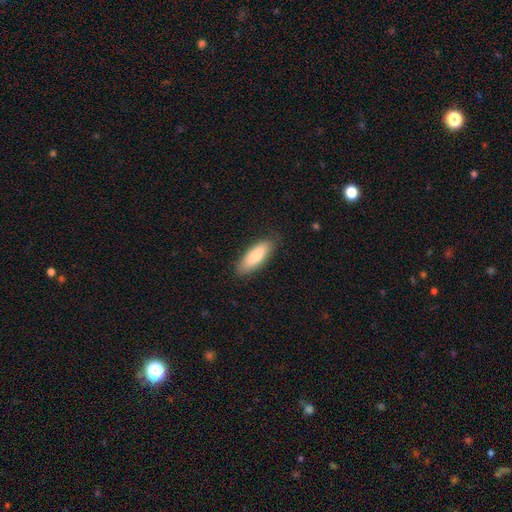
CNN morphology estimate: A smooth galaxy with no disk features (81%) that is in between round and cigar-shaped (63%).

Vote fractions:
- Smooth or featured? smooth: 81% / featured or disk: 13% / star or artifact: 5%
- How rounded? in between: 63% / cigar-shaped: 36% / round: 2%
- Merging? none: 84% / minor disturbance: 12% / major disturbance: 2% / merger: 1%